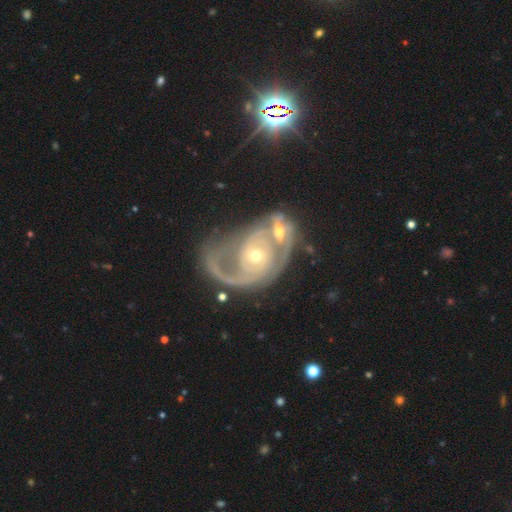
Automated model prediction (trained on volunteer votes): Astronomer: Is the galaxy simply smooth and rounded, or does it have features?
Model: featured or disk — 85%.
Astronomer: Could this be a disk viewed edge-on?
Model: no — 97%.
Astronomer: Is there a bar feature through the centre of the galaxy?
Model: no — 68%.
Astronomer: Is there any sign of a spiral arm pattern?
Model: yes — 90%.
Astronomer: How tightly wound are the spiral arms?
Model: medium — 42% (runner-up: tight, 38%).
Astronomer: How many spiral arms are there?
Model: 2 — 53%.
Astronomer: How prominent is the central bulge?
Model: small — 61%.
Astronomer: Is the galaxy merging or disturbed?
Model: merger — 54%.